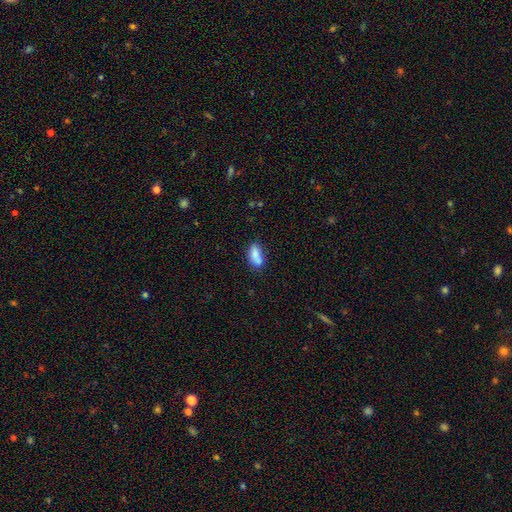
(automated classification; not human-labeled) smooth_or_featured: smooth (p=0.80) [alt: featured or disk p=0.12]
how_rounded: in between (p=0.82) [alt: cigar-shaped p=0.14]
merging: none (p=0.52) [alt: minor disturbance p=0.22]